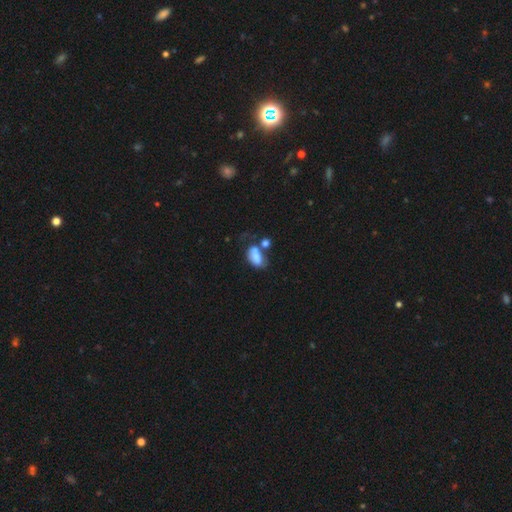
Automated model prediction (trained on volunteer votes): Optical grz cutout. It shows a smooth galaxy with no disk features (70%) that is in between round and cigar-shaped (88%). Merging: merger (40%).